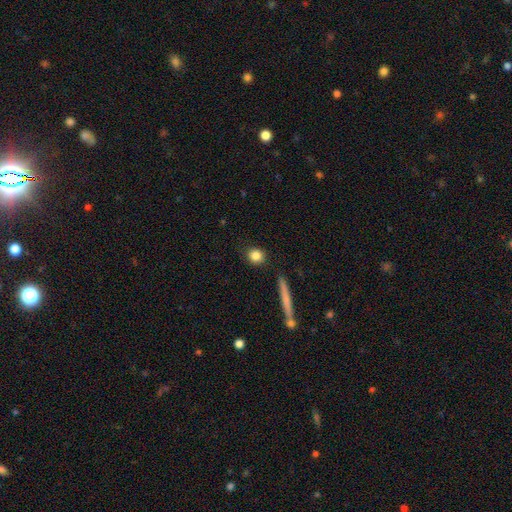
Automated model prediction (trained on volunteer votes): A smooth galaxy with no disk features (83%) that is round (81%). Merging: none (88%).